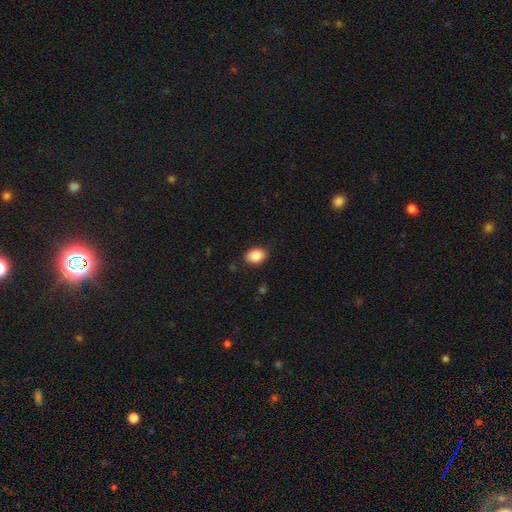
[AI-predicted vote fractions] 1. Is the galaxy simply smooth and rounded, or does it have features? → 89% smooth, 8% star or artifact, 4% featured or disk.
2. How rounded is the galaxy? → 69% in between, 29% round, 1% cigar-shaped.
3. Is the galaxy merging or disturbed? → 86% none, 10% minor disturbance, 3% major disturbance, 1% merger.